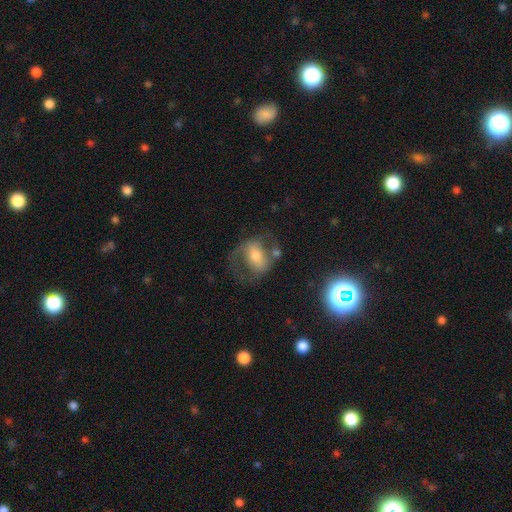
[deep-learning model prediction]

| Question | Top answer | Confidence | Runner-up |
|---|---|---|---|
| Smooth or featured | featured or disk | 56% | smooth (33%) |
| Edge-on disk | no | 95% | yes (5%) |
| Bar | weak | 34% | strong (33%) |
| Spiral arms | yes | 71% | no (29%) |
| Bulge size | moderate | 57% | small (23%) |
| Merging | none | 47% | major disturbance (24%) |